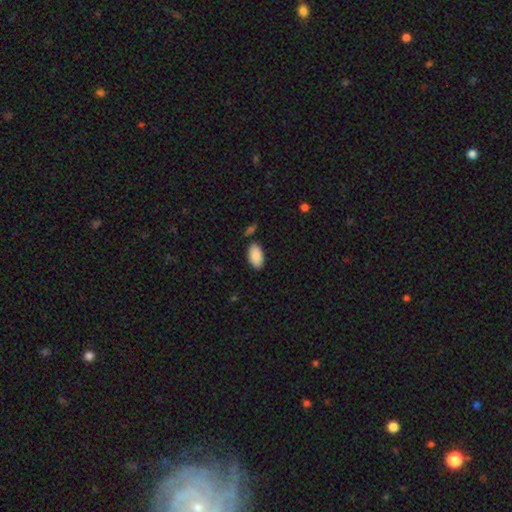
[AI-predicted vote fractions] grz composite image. It shows a smooth galaxy with no disk features (89%) that is in between round and cigar-shaped (95%). Merging: none (80%).